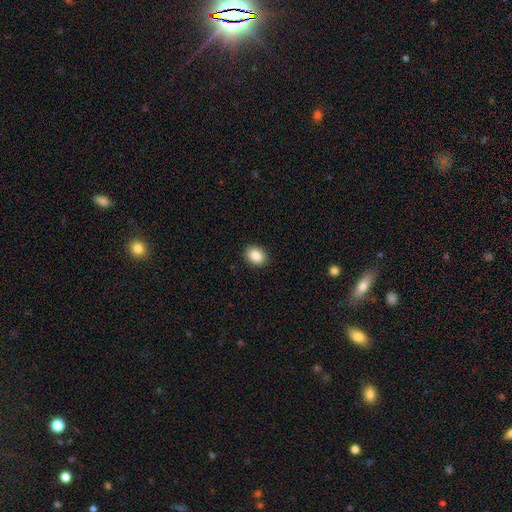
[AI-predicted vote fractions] The model was most divided on "how rounded": in between: 61%, round: 38%, cigar-shaped: 1%. More confident: merging — none (90%); smooth or featured — smooth (87%).